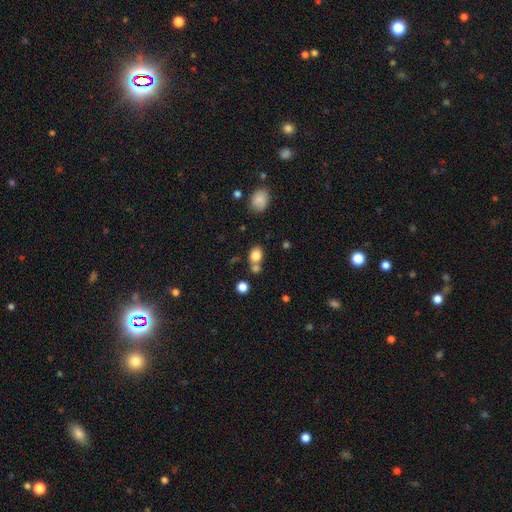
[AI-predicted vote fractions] A smooth galaxy with no disk features (81%) that is round (52%).

Vote fractions:
- Smooth or featured? smooth: 81% / star or artifact: 11% / featured or disk: 8%
- How rounded? round: 52% / in between: 47% / cigar-shaped: 1%
- Merging? none: 53% / merger: 31% / minor disturbance: 12% / major disturbance: 4%